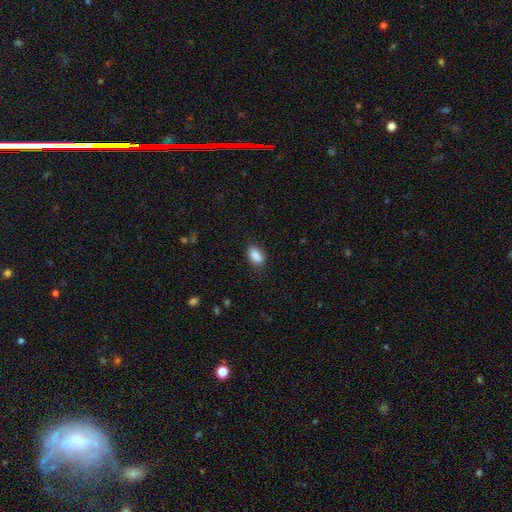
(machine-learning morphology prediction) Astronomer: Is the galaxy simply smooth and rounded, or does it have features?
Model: smooth — 88%.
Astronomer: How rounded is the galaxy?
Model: in between — 90%.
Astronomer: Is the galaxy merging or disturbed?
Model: none — 84%.